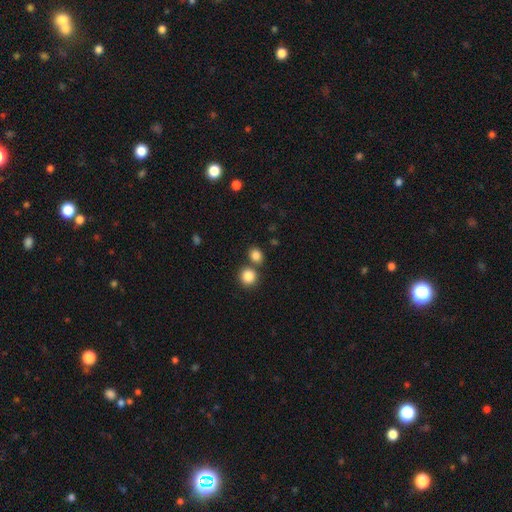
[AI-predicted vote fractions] Smooth or featured?
  - smooth: 84% *
  - star or artifact: 11%
  - featured or disk: 5%
How rounded?
  - round: 67% *
  - in between: 32%
  - cigar-shaped: 1%
Merging?
  - none: 65% *
  - merger: 24%
  - minor disturbance: 8%
  - major disturbance: 3%